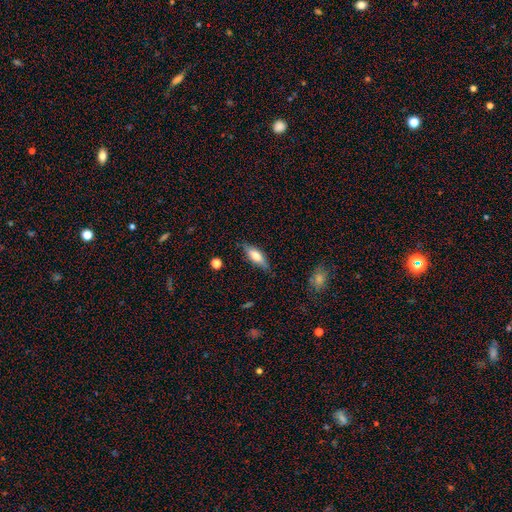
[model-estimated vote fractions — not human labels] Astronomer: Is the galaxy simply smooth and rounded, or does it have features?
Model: smooth — 65%.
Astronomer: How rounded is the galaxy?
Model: in between — 57% (runner-up: cigar-shaped, 41%).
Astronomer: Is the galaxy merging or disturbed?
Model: none — 78%.